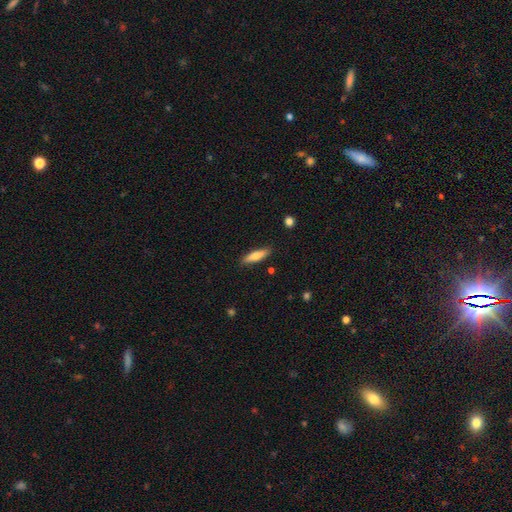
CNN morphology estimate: Smooth or featured? smooth (71%)
How rounded? cigar-shaped (70%)
Merging? none (87%)